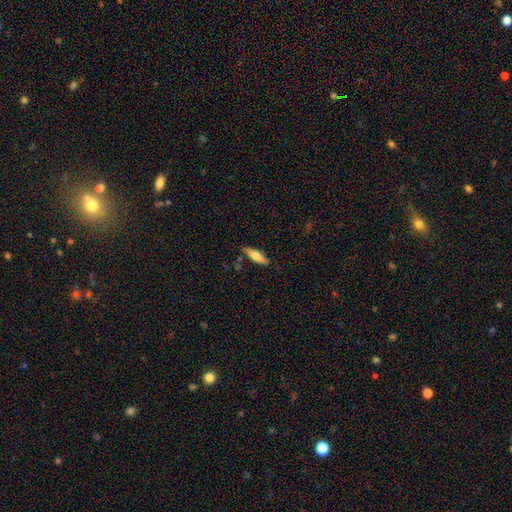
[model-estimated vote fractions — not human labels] This is possibly a smooth galaxy (58%). How rounded: likely cigar-shaped (61%). Merging: clearly none (82%).